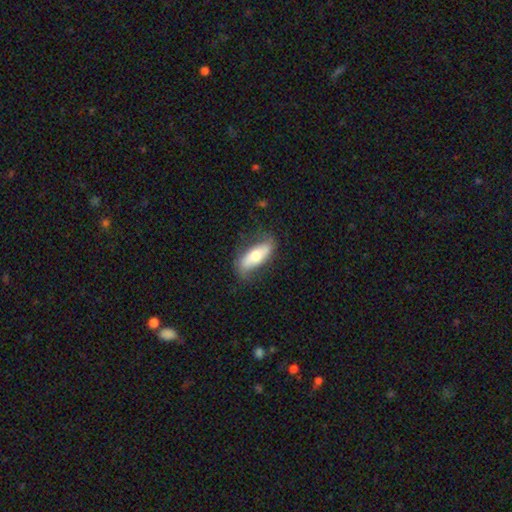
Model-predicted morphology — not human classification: smooth-or-featured: smooth: 56% | featured or disk: 39% | star or artifact: 6%
  how-rounded: in between: 70% | cigar-shaped: 27% | round: 3%
  merging: none: 73% | minor disturbance: 20% | major disturbance: 6% | merger: 1%